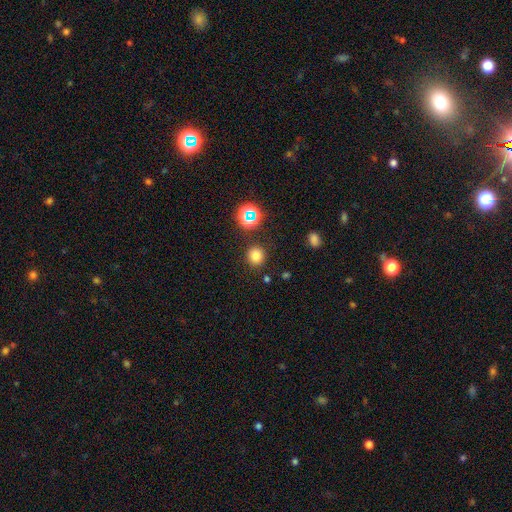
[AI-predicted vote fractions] A smooth galaxy with no disk features (76%) that is round (89%). Merging: none (87%).